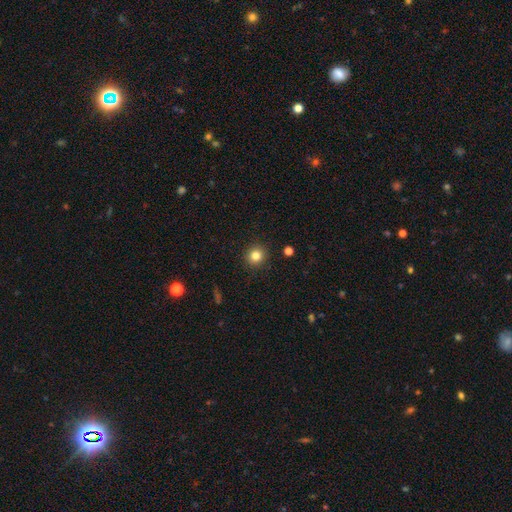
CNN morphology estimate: Smooth or featured?
  - smooth: 83% *
  - star or artifact: 12%
  - featured or disk: 6%
How rounded?
  - round: 91% *
  - in between: 8%
  - cigar-shaped: 1%
Merging?
  - none: 92% *
  - minor disturbance: 5%
  - major disturbance: 2%
  - merger: 1%